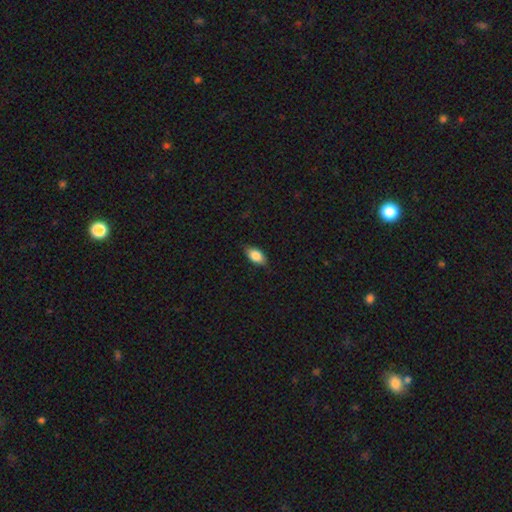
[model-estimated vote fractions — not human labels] Morphology: type=smooth (83%); roundness=in between (90%); merging=none (82%).